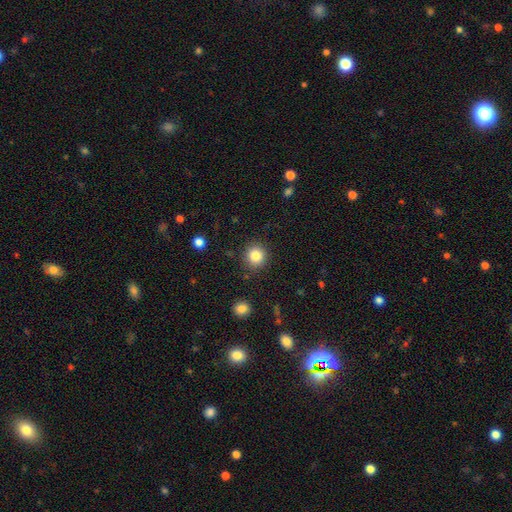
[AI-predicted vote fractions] smooth_or_featured: smooth (p=0.84) [alt: star or artifact p=0.11]
how_rounded: round (p=0.90) [alt: in between p=0.09]
merging: none (p=0.89) [alt: minor disturbance p=0.07]